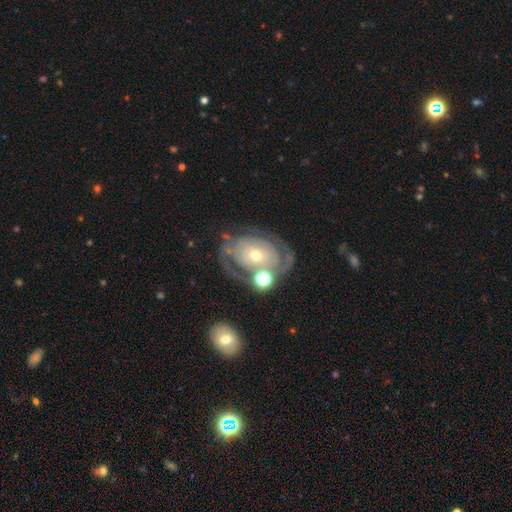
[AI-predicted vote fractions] featured or disk 80%, smooth 14%, star or artifact 6%. Down the decision tree: edge-on disk — no (96%); bar — no (80%); spiral arms — yes (82%); spiral arm count — 2 (45%); spiral winding — tight (69%); bulge size — small (52%); merging — none (59%).